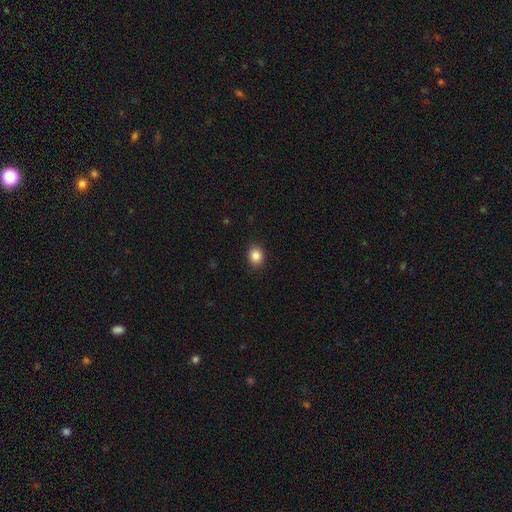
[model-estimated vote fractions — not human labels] Overall: smooth (86%). How rounded: round (60%; in between 39%). Merging: none (89%).